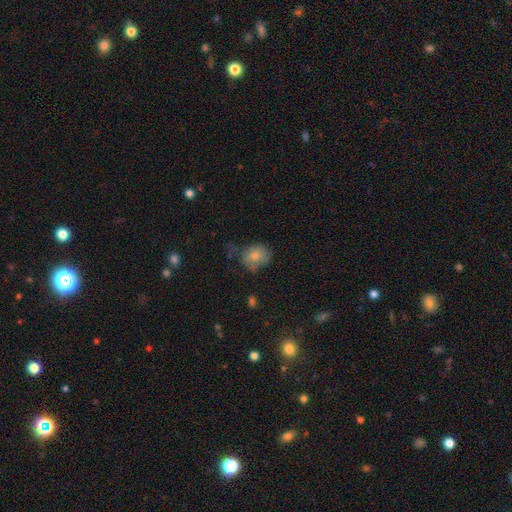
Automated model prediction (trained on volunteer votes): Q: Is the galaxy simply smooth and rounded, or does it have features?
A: smooth — 78%.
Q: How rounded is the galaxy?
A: round — 59%.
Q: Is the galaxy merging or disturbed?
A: none — 51%.